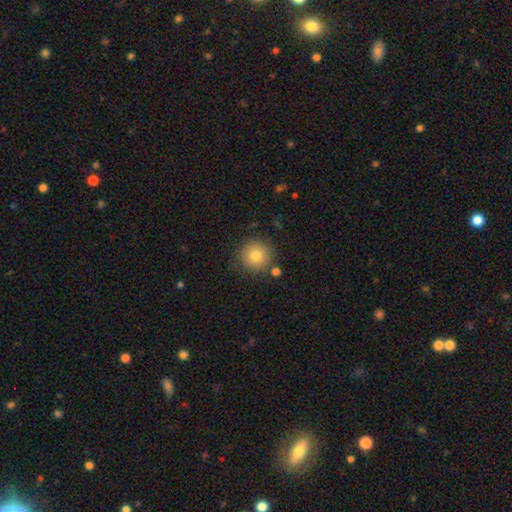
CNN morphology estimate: Smooth or featured? Predicted: smooth (p=0.80). How rounded? Predicted: round (p=0.95). Merging? Predicted: none (p=0.84).